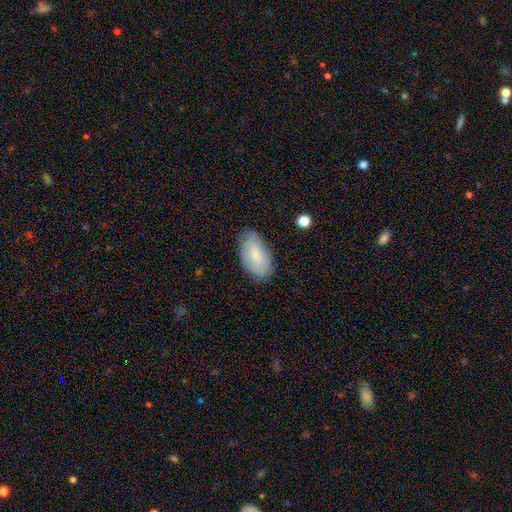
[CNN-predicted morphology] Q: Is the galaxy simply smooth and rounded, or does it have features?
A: smooth — 77%.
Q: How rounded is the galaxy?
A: in between — 95%.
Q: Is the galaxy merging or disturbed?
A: none — 82%.